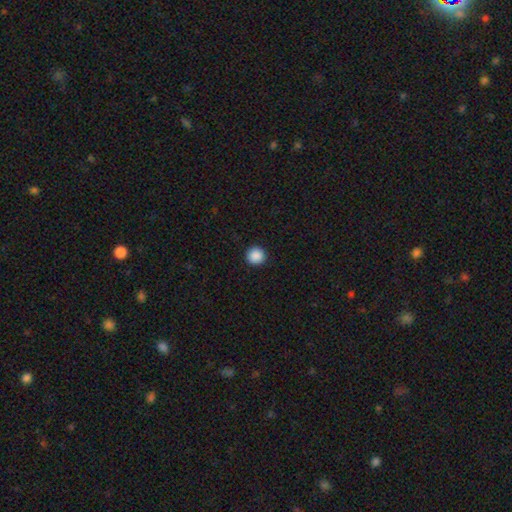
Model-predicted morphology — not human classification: smooth_or_featured: smooth (p=0.89) [alt: star or artifact p=0.09]
how_rounded: round (p=0.95) [alt: in between p=0.04]
merging: none (p=0.93) [alt: minor disturbance p=0.04]